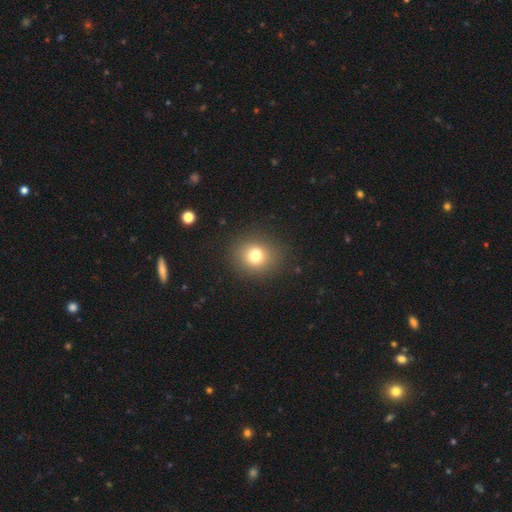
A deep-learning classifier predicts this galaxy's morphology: smooth-or-featured: smooth: 77% | star or artifact: 14% | featured or disk: 9%
  how-rounded: round: 79% | in between: 20% | cigar-shaped: 1%
  merging: none: 87% | minor disturbance: 8% | major disturbance: 4% | merger: 1%